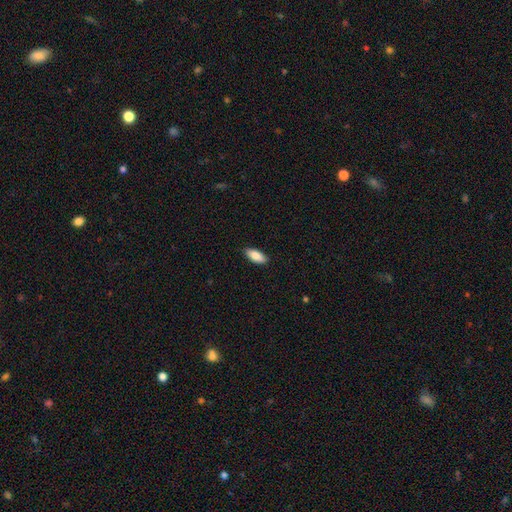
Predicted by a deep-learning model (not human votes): Q: Smooth or featured?
A: smooth (87%); runner-up: featured or disk (8%)
Q: How rounded?
A: in between (84%); runner-up: cigar-shaped (14%)
Q: Merging?
A: none (88%); runner-up: minor disturbance (10%)